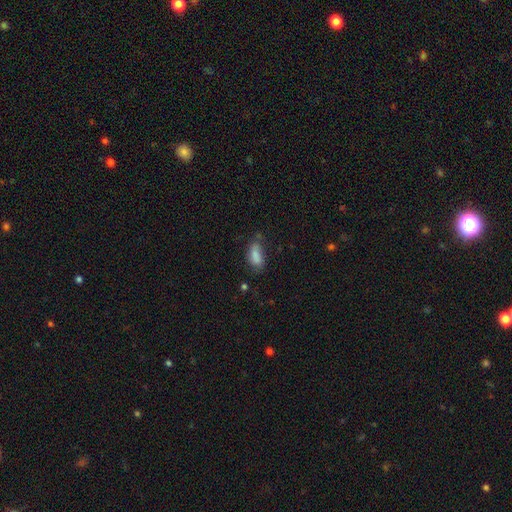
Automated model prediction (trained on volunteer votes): Smooth or featured?
  - smooth: 82% *
  - featured or disk: 10%
  - star or artifact: 8%
How rounded?
  - in between: 83% *
  - cigar-shaped: 13%
  - round: 3%
Merging?
  - none: 56% *
  - minor disturbance: 29%
  - major disturbance: 10%
  - merger: 5%